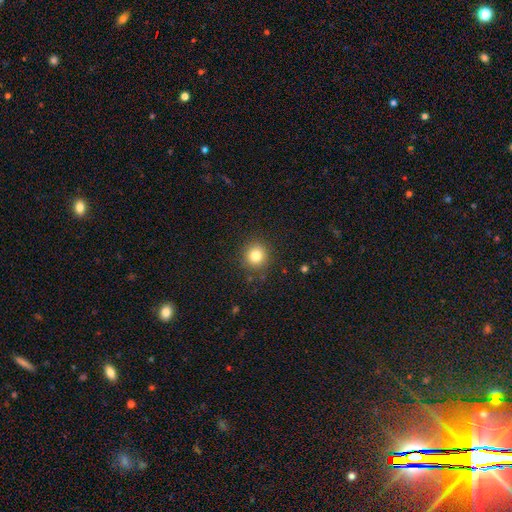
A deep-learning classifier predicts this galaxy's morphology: Q: Smooth or featured?
A: smooth (81%); runner-up: star or artifact (12%)
Q: How rounded?
A: round (91%); runner-up: in between (8%)
Q: Merging?
A: none (89%); runner-up: minor disturbance (7%)